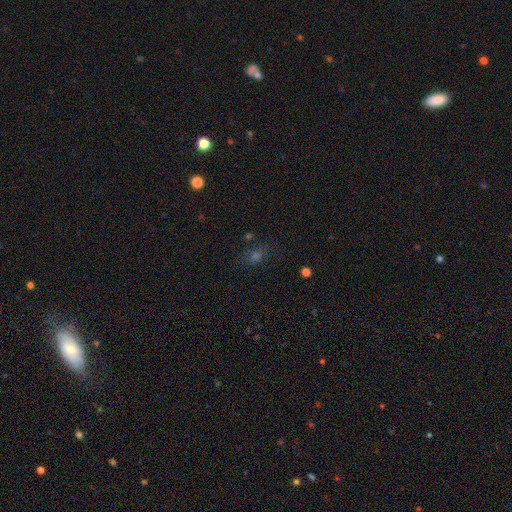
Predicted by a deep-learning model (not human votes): A smooth galaxy with no disk features (46%). Merging: none (75%).